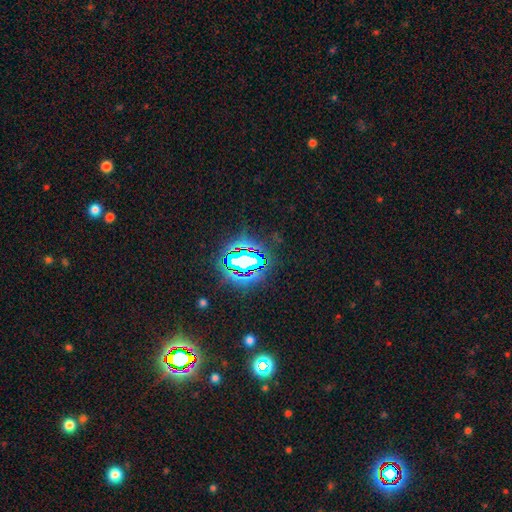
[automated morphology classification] Smooth or featured: star or artifact — 77% (smooth — 13%)